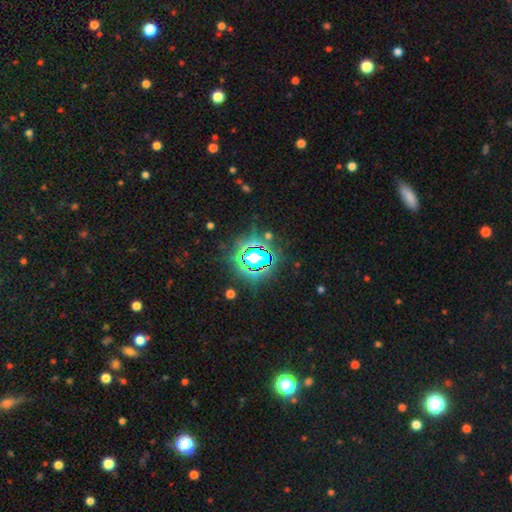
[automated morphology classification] Smooth or featured? star or artifact (68%)